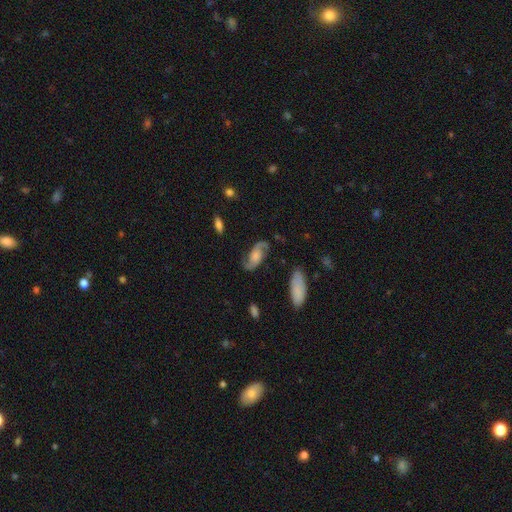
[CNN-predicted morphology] This appears to be a featured or disk galaxy (83%) with no bar (62%), 2 (93%) medium (45%) spiral arms (96%) and a moderate central bulge (28%). Merging: none (77%).